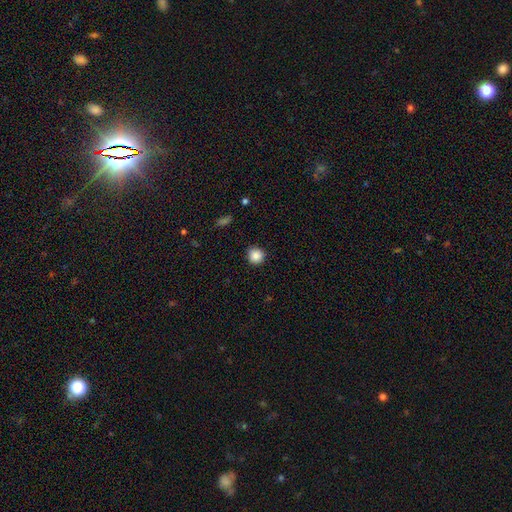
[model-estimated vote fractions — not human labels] This is clearly a smooth galaxy (87%). How rounded: clearly round (93%). Merging: clearly none (90%).